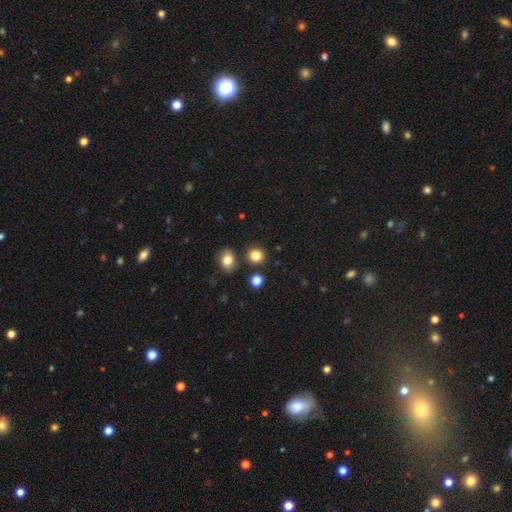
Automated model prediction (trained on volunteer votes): A smooth galaxy with no disk features (84%) that is round (84%). Merging: none (84%).